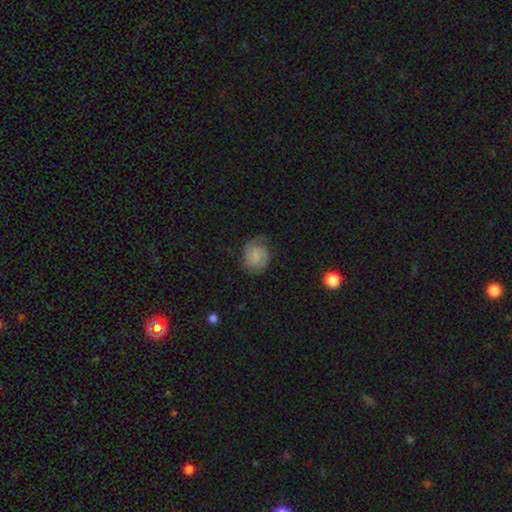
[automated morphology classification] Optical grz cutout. It shows a smooth galaxy with no disk features (49%). Merging: none (60%).